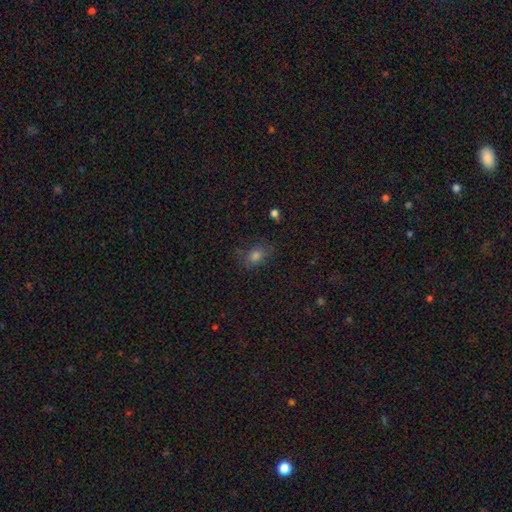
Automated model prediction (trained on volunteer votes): Smooth or featured? smooth (71%)
How rounded? in between (61%)
Merging? none (73%)